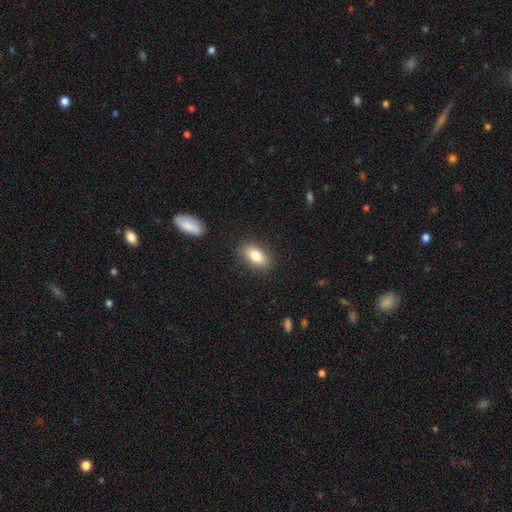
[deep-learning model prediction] Smooth or featured? Predicted: smooth (p=0.82). How rounded? Predicted: in between (p=0.88). Merging? Predicted: none (p=0.87).